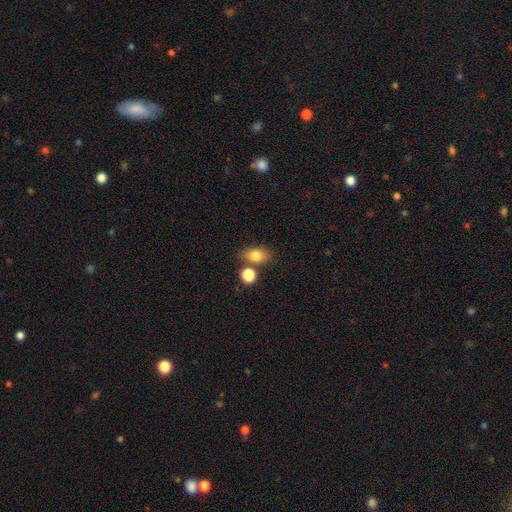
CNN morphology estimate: This appears to be a smooth galaxy with no disk features (80%) that is in between round and cigar-shaped (74%). Merging: none (67%).